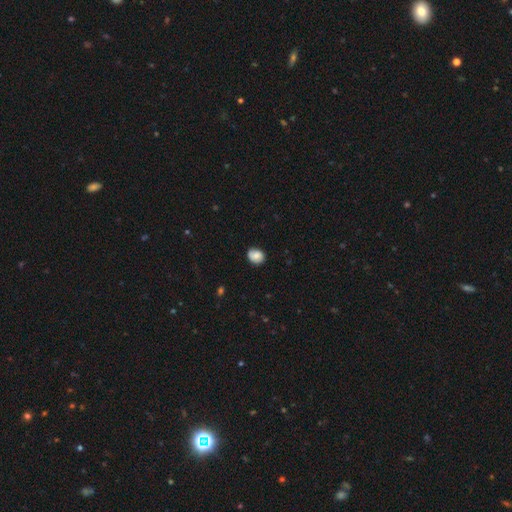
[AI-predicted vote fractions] Smooth or featured? smooth (76%)
How rounded? round (63%)
Merging? none (72%)